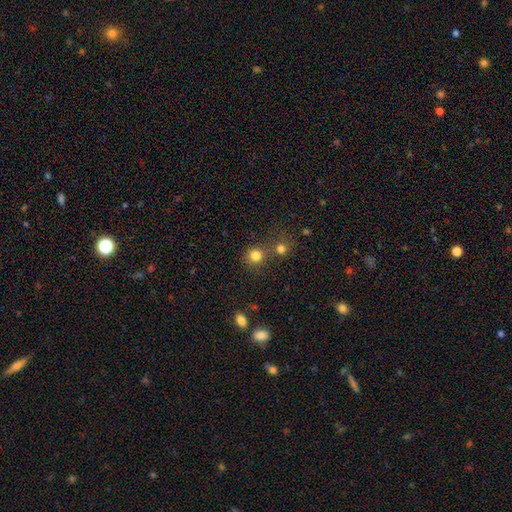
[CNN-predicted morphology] Overall: smooth (80%). How rounded: round (88%). Merging: none (61%; merger 27%).